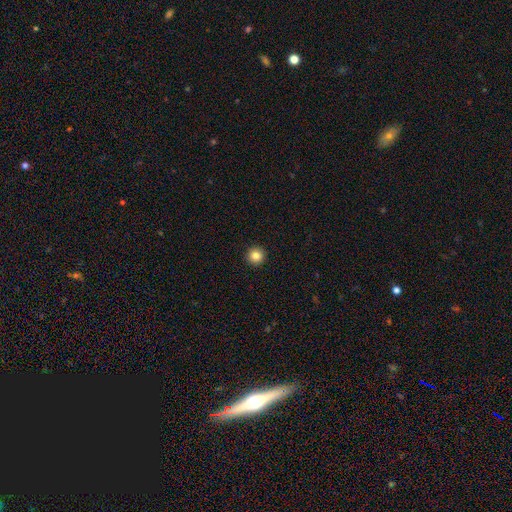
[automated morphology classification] This appears to be a smooth galaxy with no disk features (84%) that is round (96%). Merging: none (94%).